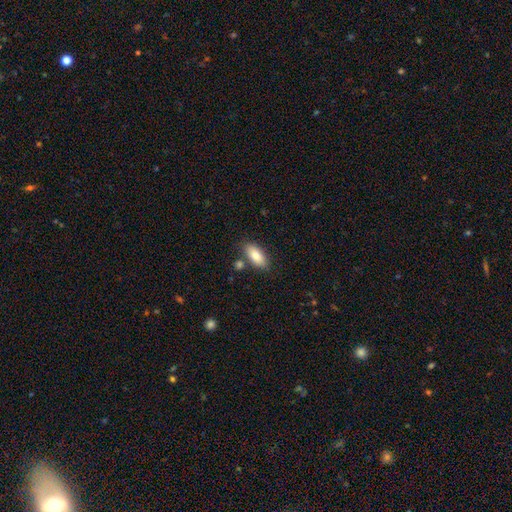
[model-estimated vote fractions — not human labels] Overall: smooth (83%). How rounded: in between (86%). Merging: none (78%).